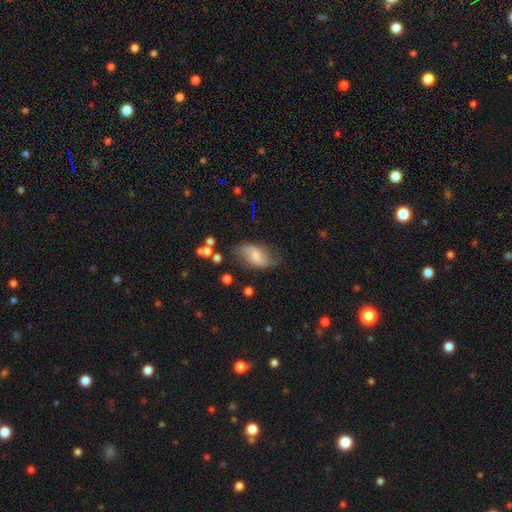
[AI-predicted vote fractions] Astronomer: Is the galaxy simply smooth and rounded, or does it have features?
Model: featured or disk — 56% (runner-up: smooth, 35%).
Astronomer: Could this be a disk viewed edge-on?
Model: no — 95%.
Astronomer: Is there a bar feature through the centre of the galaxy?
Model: weak — 47% (runner-up: no, 33%).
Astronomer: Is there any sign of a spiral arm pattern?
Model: yes — 85%.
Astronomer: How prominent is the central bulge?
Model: small — 42% (runner-up: moderate, 30%).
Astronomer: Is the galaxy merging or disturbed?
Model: none — 64%.